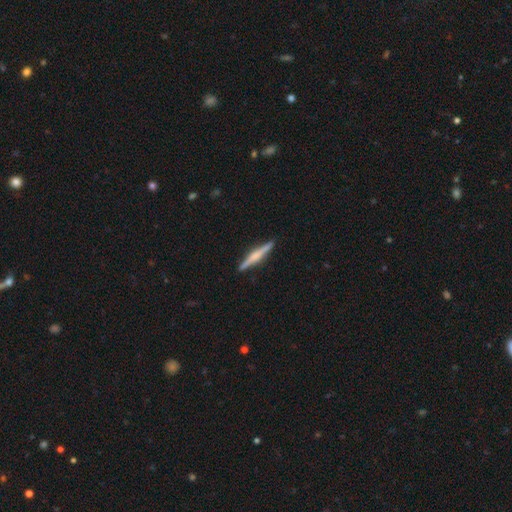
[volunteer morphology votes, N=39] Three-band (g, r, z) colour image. It shows a featured or disk galaxy (69%) viewed edge-on (100%) with a rounded central bulge (52%). Merging: none (92%).